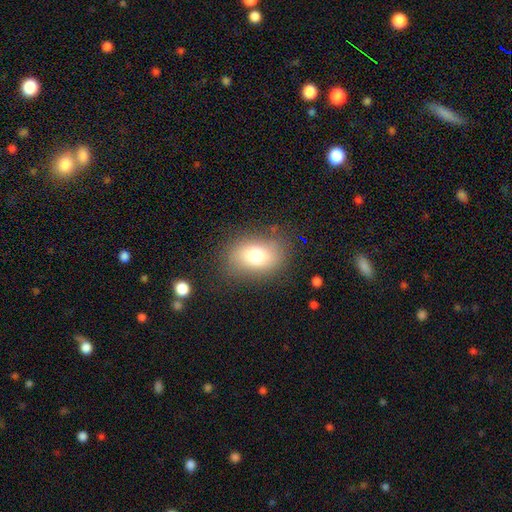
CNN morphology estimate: Smooth or featured: smooth — 75% (featured or disk — 14%)
How rounded: in between — 73% (round — 25%)
Merging: none — 79% (minor disturbance — 13%)